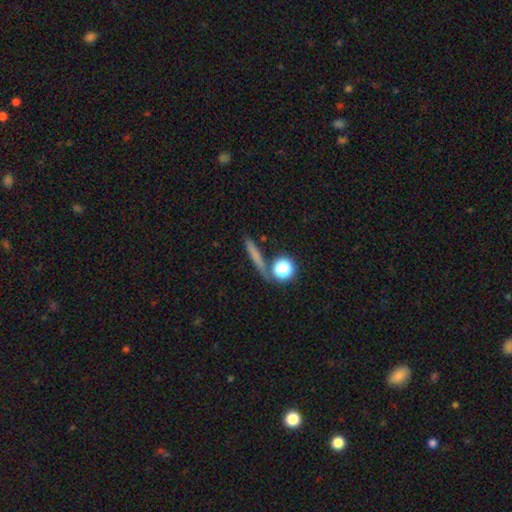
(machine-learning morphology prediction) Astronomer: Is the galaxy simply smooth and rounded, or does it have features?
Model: smooth — 64%.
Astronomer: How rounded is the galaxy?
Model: cigar-shaped — 69%.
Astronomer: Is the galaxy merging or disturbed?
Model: none — 76%.